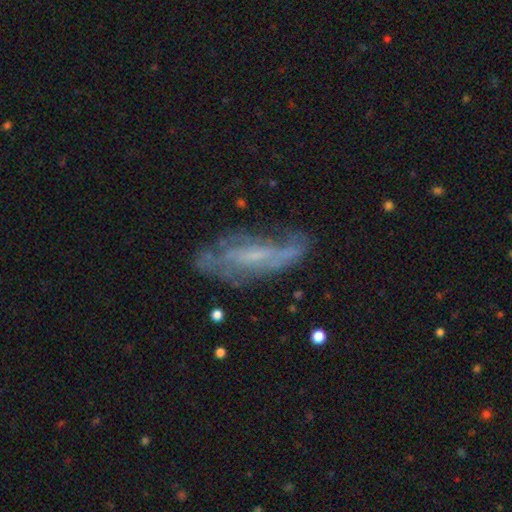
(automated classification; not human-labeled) Overall: featured or disk (67%). Edge-on disk: no (78%). Bar: no (44%; weak 39%). Spiral arms: yes (66%; no 34%). Bulge size: small (48%; none 29%). Merging: none (58%; minor disturbance 24%).